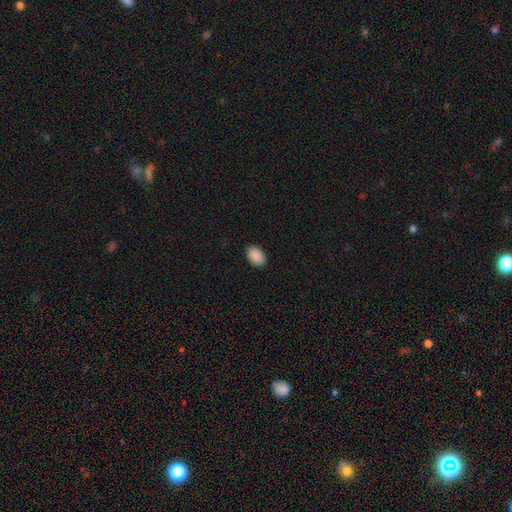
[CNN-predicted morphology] The model was most divided on "how rounded": in between: 88%, round: 11%, cigar-shaped: 1%. More confident: smooth or featured — smooth (91%); merging — none (90%).